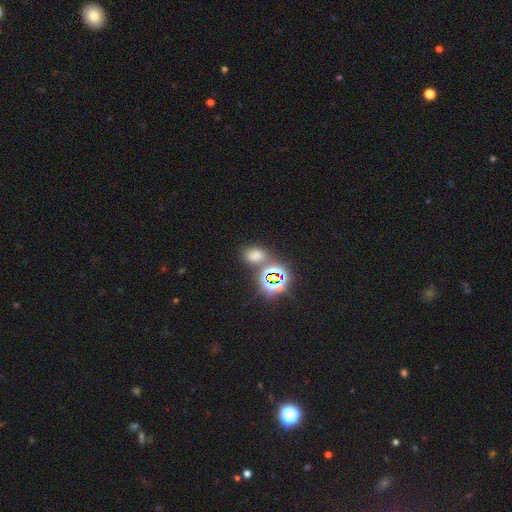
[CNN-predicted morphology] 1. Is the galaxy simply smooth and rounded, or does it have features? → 55% smooth, 38% star or artifact, 7% featured or disk.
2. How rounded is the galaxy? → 71% in between, 27% round, 2% cigar-shaped.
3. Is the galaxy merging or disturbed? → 61% none, 19% merger, 14% minor disturbance, 6% major disturbance.